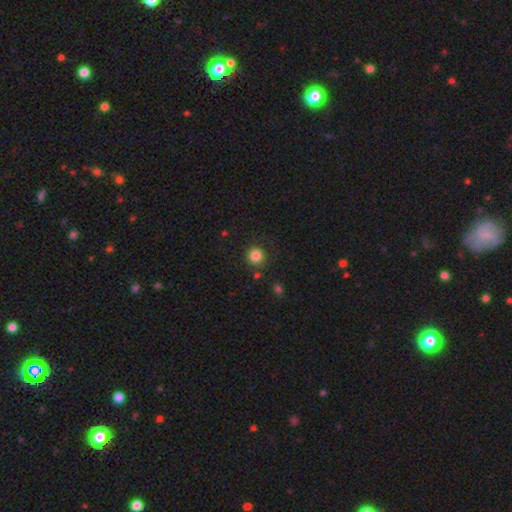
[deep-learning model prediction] smooth-or-featured: smooth: 84% | star or artifact: 11% | featured or disk: 5%
  how-rounded: round: 93% | in between: 6% | cigar-shaped: 1%
  merging: none: 86% | minor disturbance: 8% | merger: 3% | major disturbance: 3%